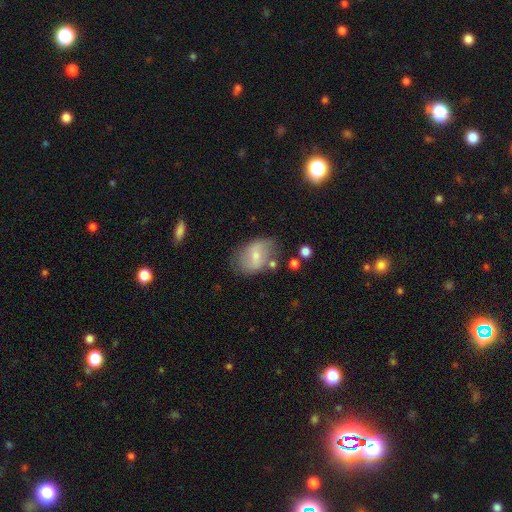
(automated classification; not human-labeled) Q: Smooth or featured?
A: smooth (54%); runner-up: featured or disk (38%)
Q: How rounded?
A: in between (78%); runner-up: round (21%)
Q: Merging?
A: none (60%); runner-up: minor disturbance (25%)